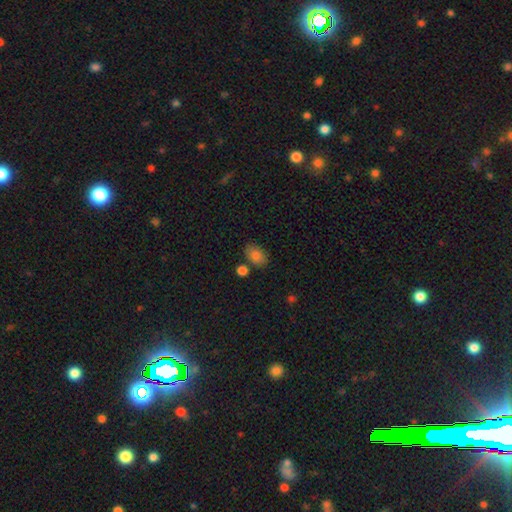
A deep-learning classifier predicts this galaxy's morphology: Smooth or featured? Predicted: smooth (p=0.84). How rounded? Predicted: in between (p=0.83). Merging? Predicted: none (p=0.72).